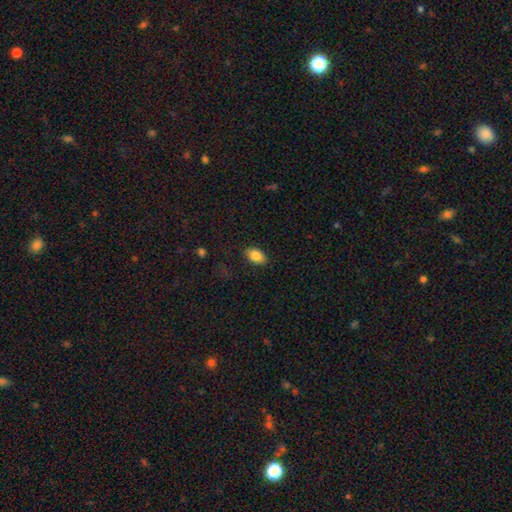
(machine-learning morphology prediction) A smooth galaxy with no disk features (86%) that is in between round and cigar-shaped (91%). Merging: none (85%).